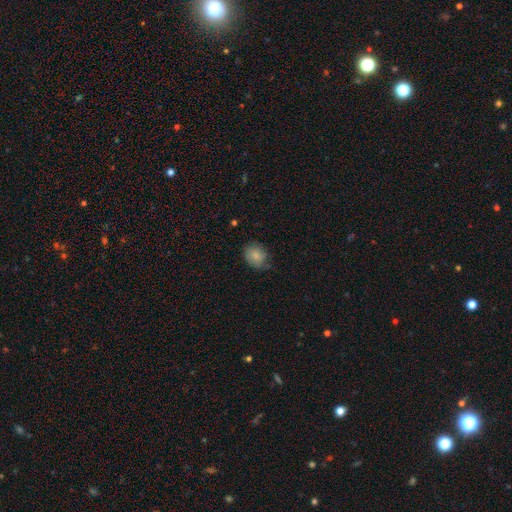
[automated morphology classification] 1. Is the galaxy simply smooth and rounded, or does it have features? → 80% smooth, 12% featured or disk, 8% star or artifact.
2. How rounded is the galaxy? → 51% round, 48% in between, 1% cigar-shaped.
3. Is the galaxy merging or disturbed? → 64% none, 28% minor disturbance, 7% major disturbance, 1% merger.